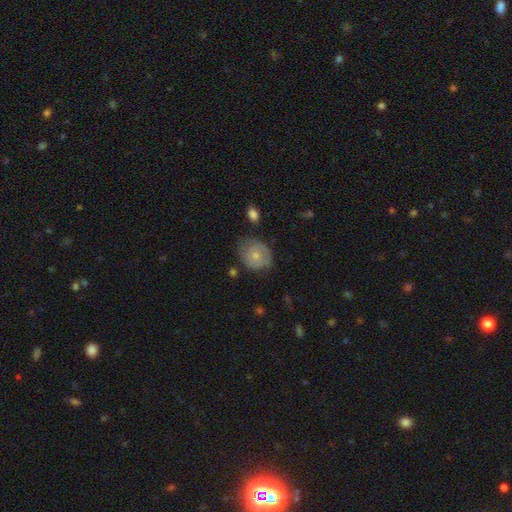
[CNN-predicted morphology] The model was most divided on "smooth or featured": smooth: 51%, featured or disk: 42%, star or artifact: 7%. More confident: how rounded — round (69%); merging — none (59%).